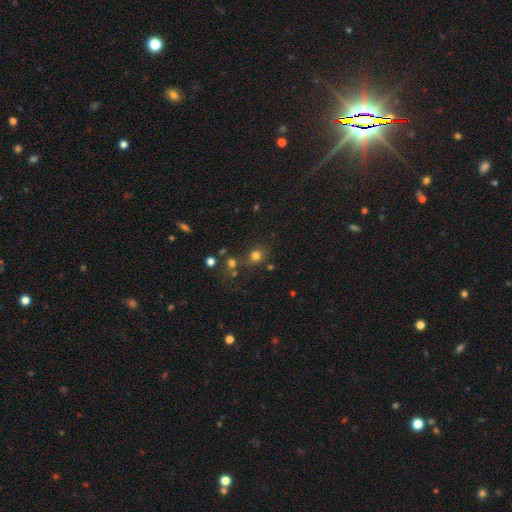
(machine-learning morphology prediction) A smooth galaxy with no disk features (73%) that is round (77%). Merging: none (69%).